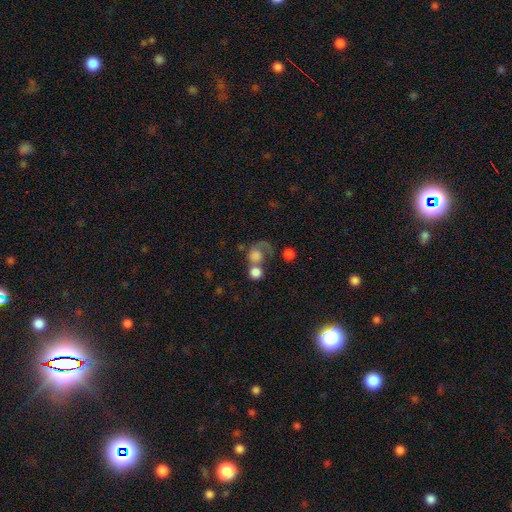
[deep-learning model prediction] Q: Smooth or featured?
A: smooth (70%); runner-up: featured or disk (20%)
Q: How rounded?
A: round (77%); runner-up: in between (22%)
Q: Merging?
A: merger (43%); runner-up: none (26%)